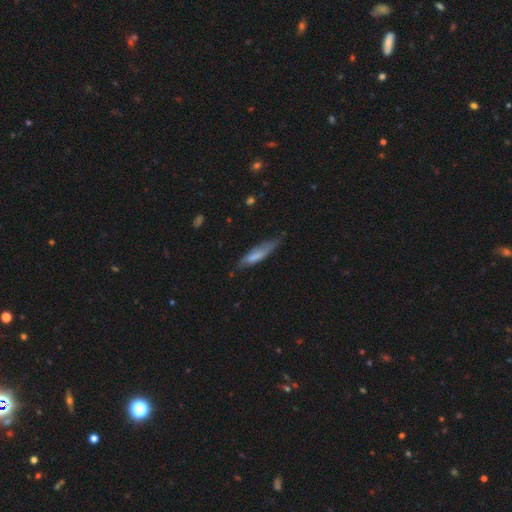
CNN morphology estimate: smooth-or-featured: smooth: 65% | featured or disk: 28% | star or artifact: 6%
  how-rounded: cigar-shaped: 75% | in between: 24% | round: 1%
  merging: none: 55% | minor disturbance: 33% | major disturbance: 9% | merger: 3%